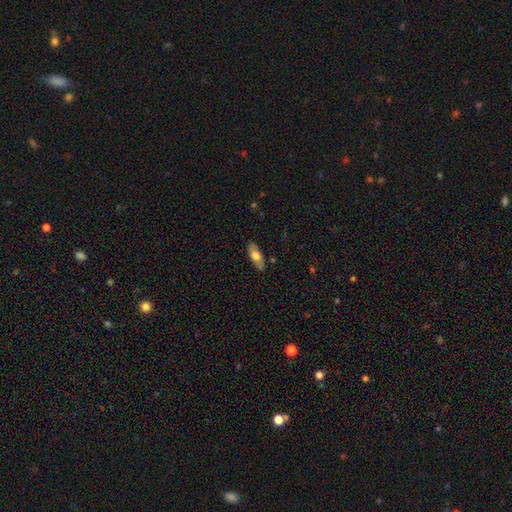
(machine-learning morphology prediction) Q: Smooth or featured?
A: smooth (64%); runner-up: featured or disk (30%)
Q: How rounded?
A: in between (76%); runner-up: cigar-shaped (22%)
Q: Merging?
A: none (83%); runner-up: minor disturbance (13%)